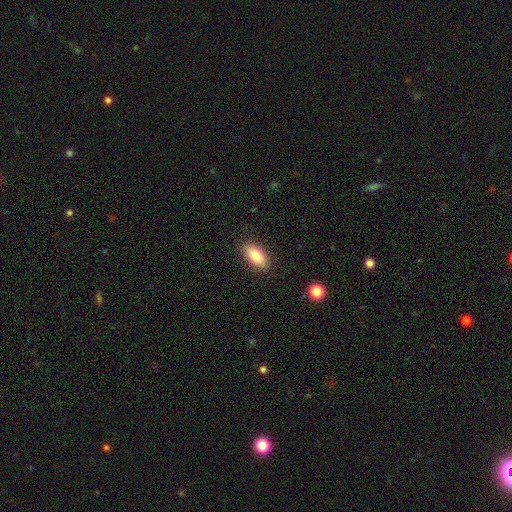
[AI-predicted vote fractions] Overall: smooth (82%). How rounded: in between (90%). Merging: none (88%).